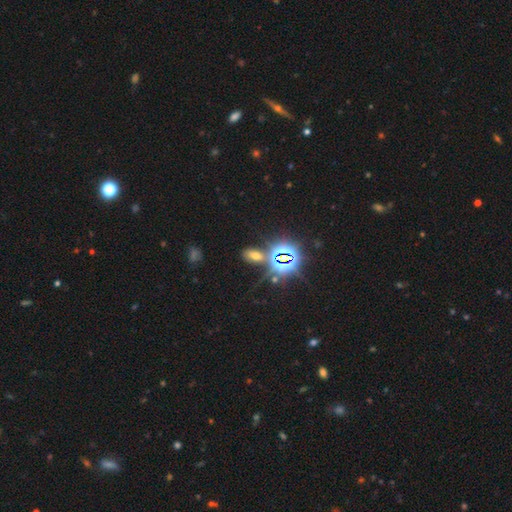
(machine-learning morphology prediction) The model was most divided on "smooth or featured": star or artifact: 49%, smooth: 40%, featured or disk: 11%.